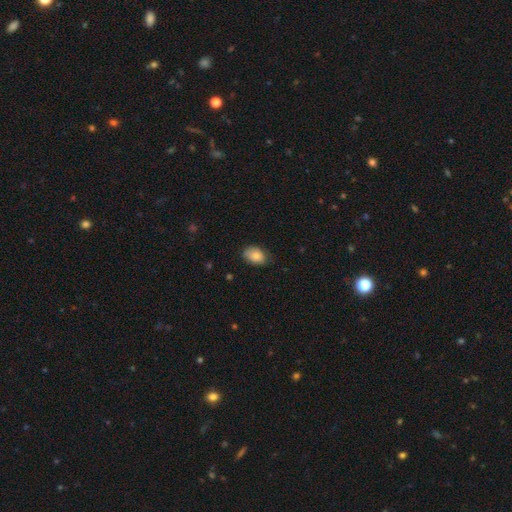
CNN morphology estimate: The model was most divided on "merging": none: 69%, minor disturbance: 26%, major disturbance: 5%, merger: 1%. More confident: smooth or featured — smooth (84%); how rounded — in between (81%).